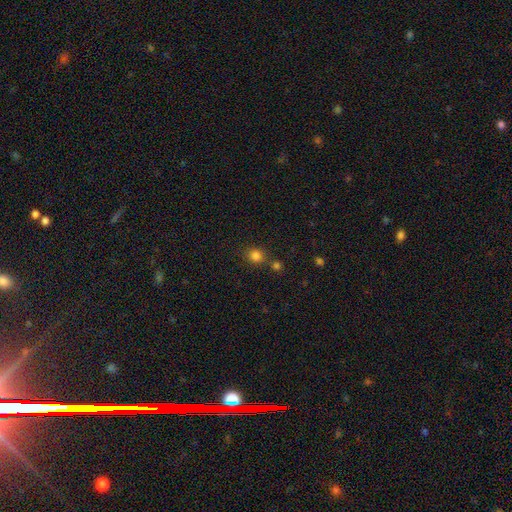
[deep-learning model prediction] Smooth or featured? Predicted: smooth (p=0.81). How rounded? Predicted: round (p=0.84). Merging? Predicted: none (p=0.72).